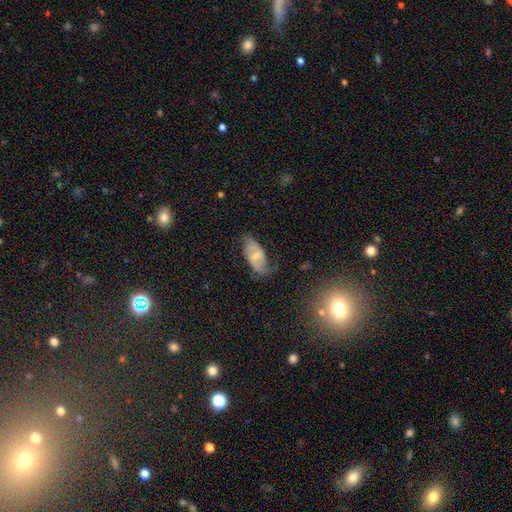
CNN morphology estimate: type=featured or disk (56%); edge-on=no (94%); bar=weak (47%); spiral arms=yes (81%); bulge=small (52%); merging=none (53%).